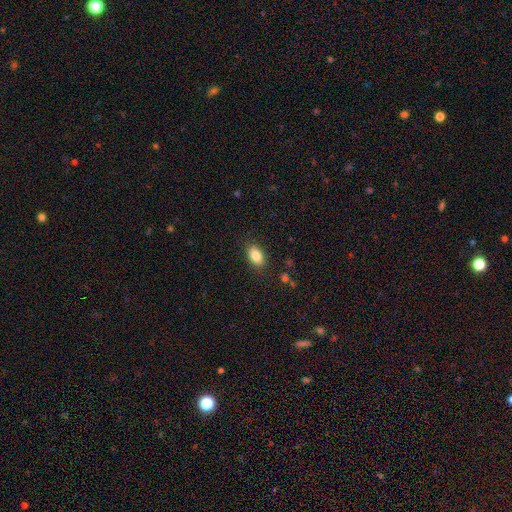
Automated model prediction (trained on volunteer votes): Morphology: type=smooth (85%); roundness=in between (88%); merging=none (87%).